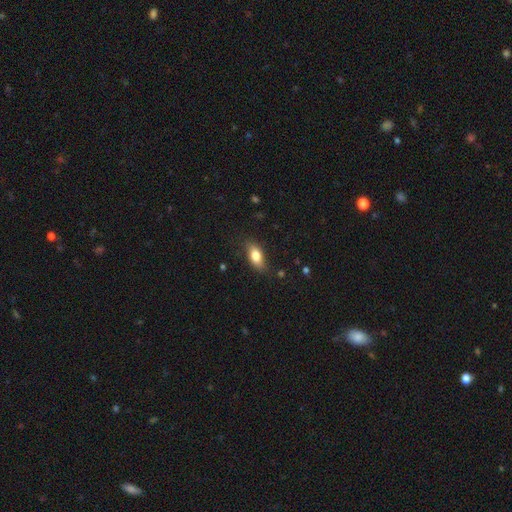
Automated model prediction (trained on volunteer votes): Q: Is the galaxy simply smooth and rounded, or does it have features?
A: smooth — 79%.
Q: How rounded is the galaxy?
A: in between — 83%.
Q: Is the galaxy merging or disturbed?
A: none — 80%.